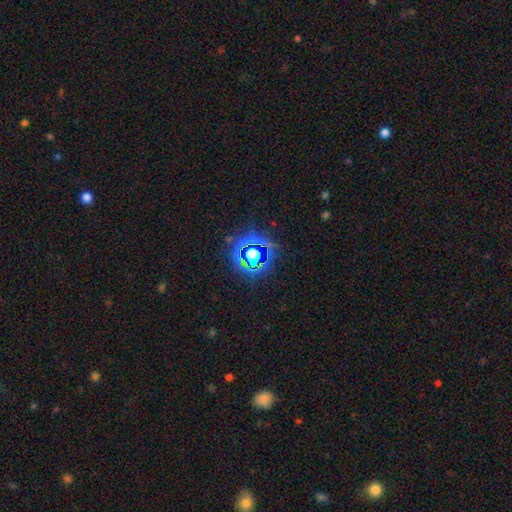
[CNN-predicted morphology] smooth-or-featured: star or artifact: 80% | smooth: 13% | featured or disk: 7%